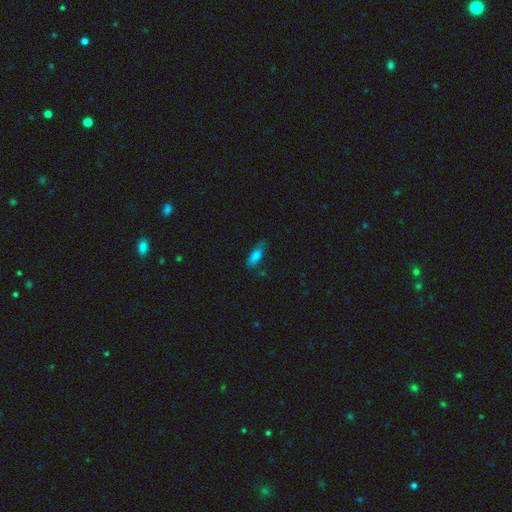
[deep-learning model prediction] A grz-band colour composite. It shows a smooth galaxy with no disk features (71%) that is in between round and cigar-shaped (65%). Merging: none (71%).